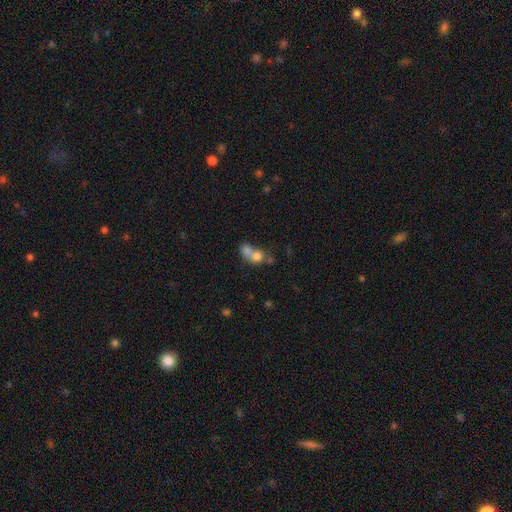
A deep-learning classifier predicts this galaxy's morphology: Smooth or featured: smooth — 71% (featured or disk — 18%)
How rounded: round — 65% (in between — 33%)
Merging: merger — 69% (none — 21%)